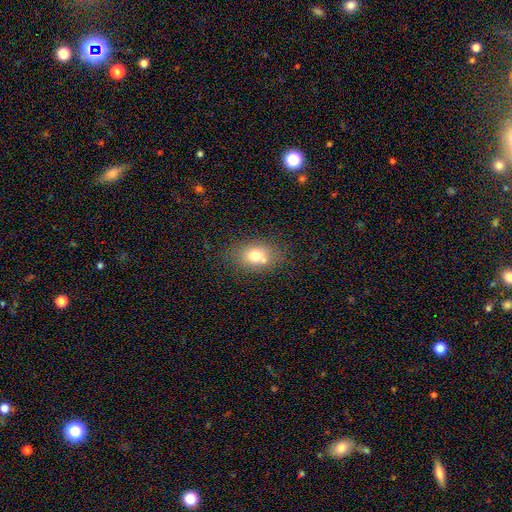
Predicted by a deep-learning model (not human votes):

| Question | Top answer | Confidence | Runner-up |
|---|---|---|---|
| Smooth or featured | smooth | 70% | featured or disk (18%) |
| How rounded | in between | 67% | round (31%) |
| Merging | none | 64% | merger (17%) |